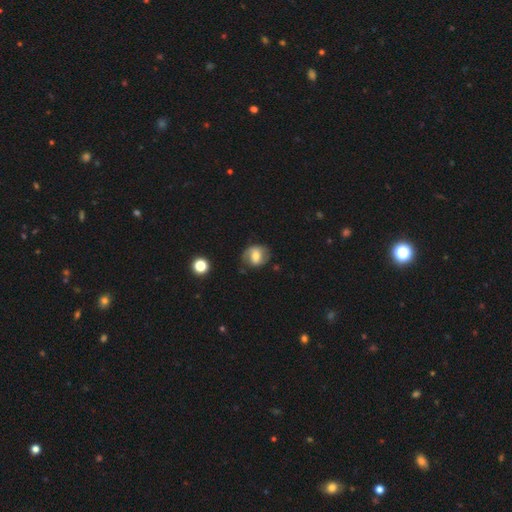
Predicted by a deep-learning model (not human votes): featured or disk 47%, smooth 45%, star or artifact 9%. Down the decision tree: merging — none (64%).